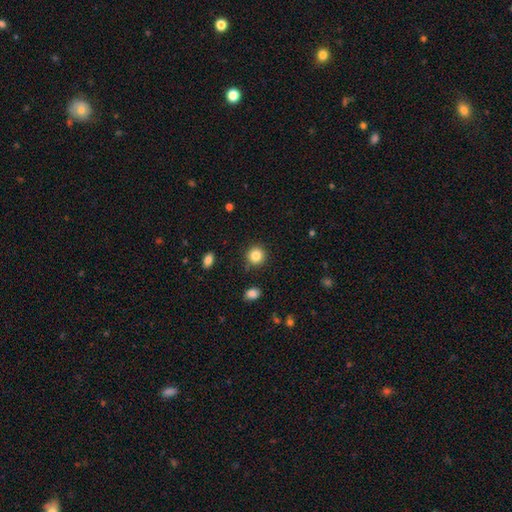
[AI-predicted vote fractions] smooth-or-featured: smooth: 84% | star or artifact: 10% | featured or disk: 5%
  how-rounded: round: 91% | in between: 8% | cigar-shaped: 1%
  merging: none: 89% | minor disturbance: 7% | merger: 2% | major disturbance: 2%